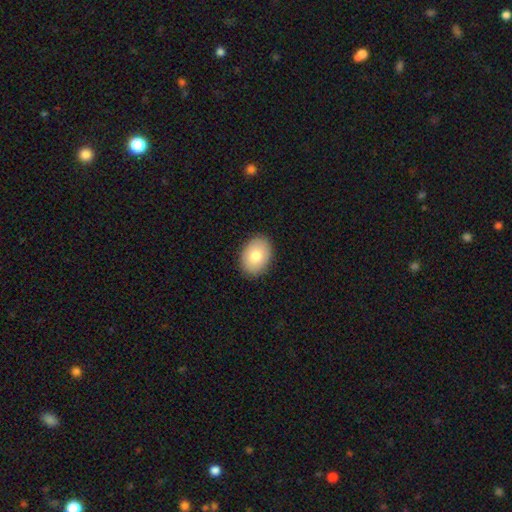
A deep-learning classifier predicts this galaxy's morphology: This is clearly a smooth galaxy (80%). How rounded: likely in between (75%). Merging: clearly none (89%).